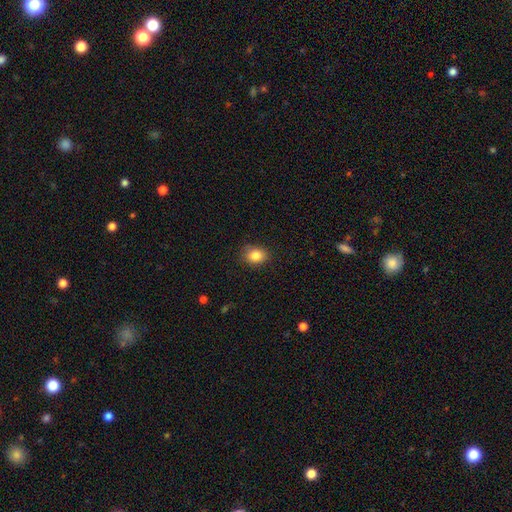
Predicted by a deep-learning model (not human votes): smooth_or_featured: smooth (p=0.85) [alt: star or artifact p=0.09]
how_rounded: in between (p=0.56) [alt: round p=0.43]
merging: none (p=0.84) [alt: minor disturbance p=0.12]